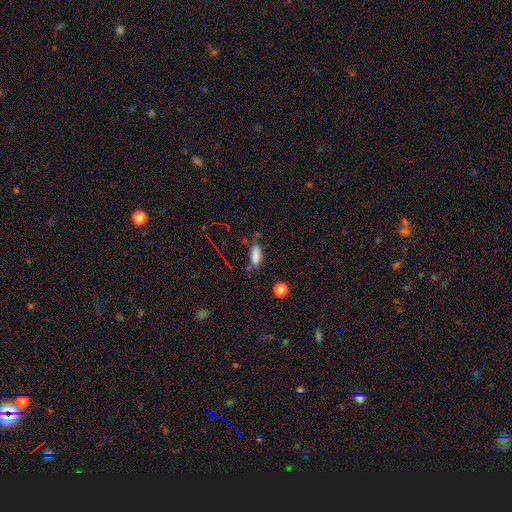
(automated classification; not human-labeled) This appears to be a smooth galaxy with no disk features (81%) that is in between round and cigar-shaped (79%). Merging: none (64%).